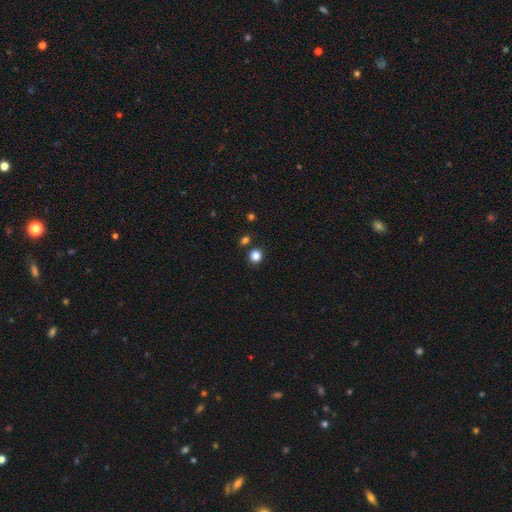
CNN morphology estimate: Smooth or featured?
  - smooth: 85% *
  - star or artifact: 12%
  - featured or disk: 3%
How rounded?
  - round: 87% *
  - in between: 12%
  - cigar-shaped: 1%
Merging?
  - none: 84% *
  - minor disturbance: 7%
  - merger: 7%
  - major disturbance: 3%